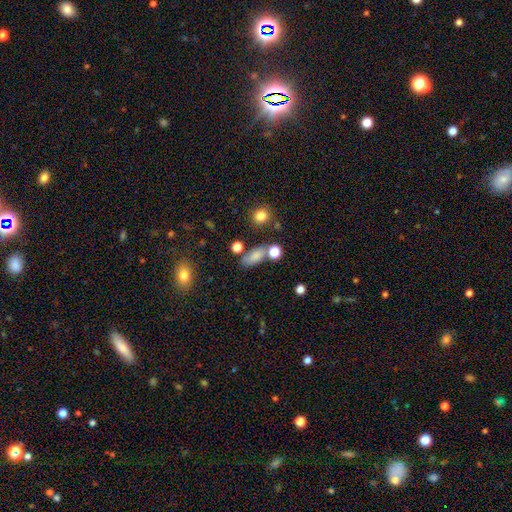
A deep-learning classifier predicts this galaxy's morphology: This appears to be a smooth galaxy with no disk features (77%) that is in between round and cigar-shaped (74%). Merging: none (63%).